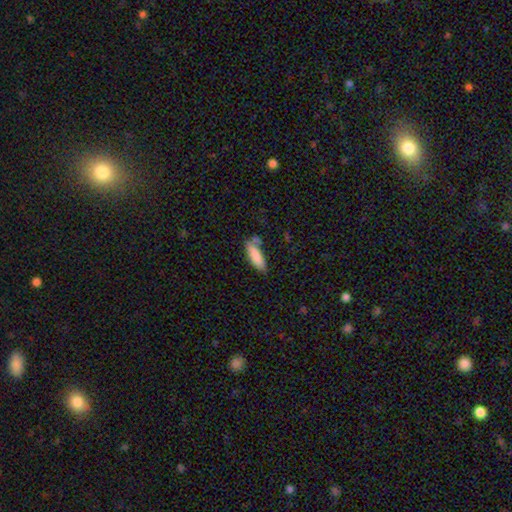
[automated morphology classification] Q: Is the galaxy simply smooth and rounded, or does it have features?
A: smooth — 84%.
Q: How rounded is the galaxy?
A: in between — 50%.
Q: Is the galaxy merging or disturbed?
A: none — 57%.